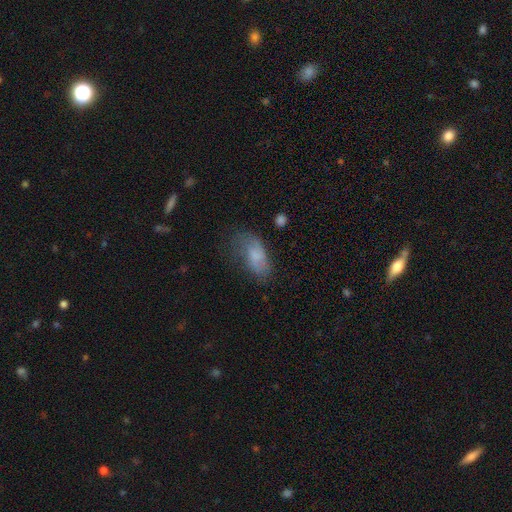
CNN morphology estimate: Smooth or featured? Predicted: smooth (p=0.70). How rounded? Predicted: in between (p=0.90). Merging? Predicted: none (p=0.49).